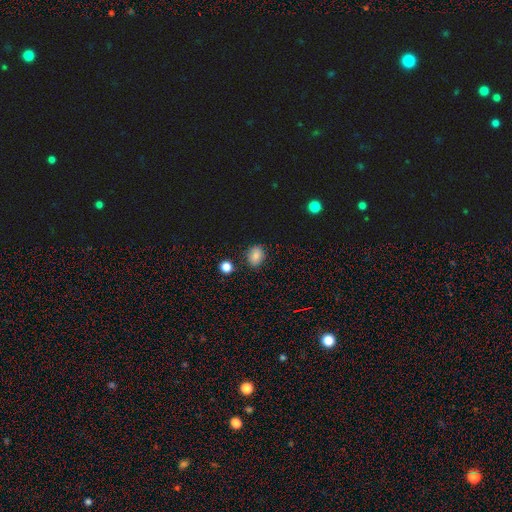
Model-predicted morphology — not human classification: smooth 81%, star or artifact 13%, featured or disk 6%. Down the decision tree: how rounded — in between (55%); merging — none (81%).